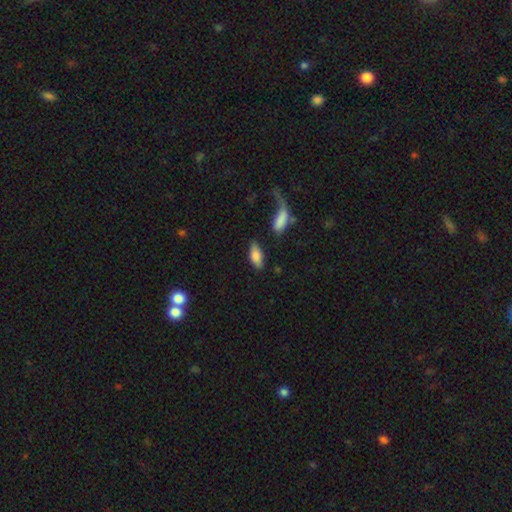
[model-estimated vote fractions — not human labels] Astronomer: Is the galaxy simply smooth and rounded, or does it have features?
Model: smooth — 80%.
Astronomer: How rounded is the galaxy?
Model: in between — 85%.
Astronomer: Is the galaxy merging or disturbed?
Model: none — 68%.